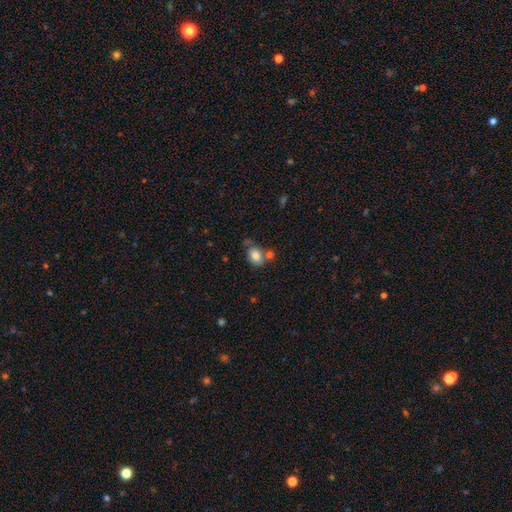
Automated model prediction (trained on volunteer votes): Morphology: type=smooth (81%); roundness=in between (62%); merging=none (47%).